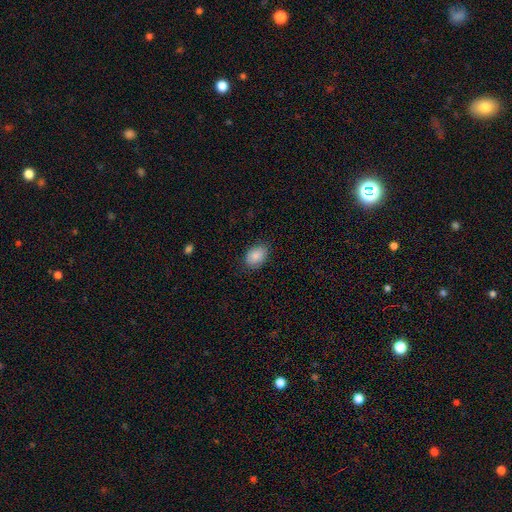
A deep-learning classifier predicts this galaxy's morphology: type=smooth (87%); roundness=in between (79%); merging=none (84%).